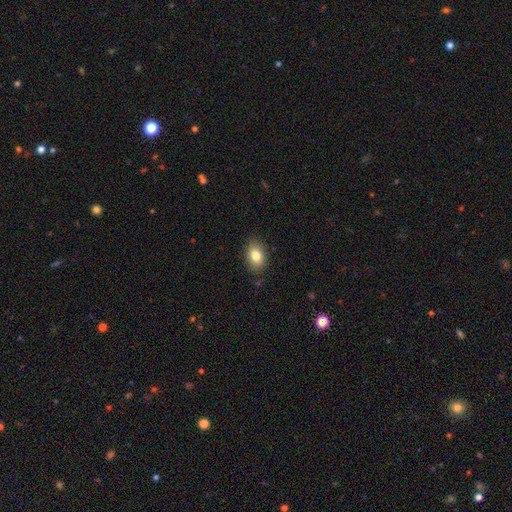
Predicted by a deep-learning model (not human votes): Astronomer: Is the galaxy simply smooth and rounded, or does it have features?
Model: smooth — 82%.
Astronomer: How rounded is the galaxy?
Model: in between — 84%.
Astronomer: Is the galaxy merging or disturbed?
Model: none — 86%.